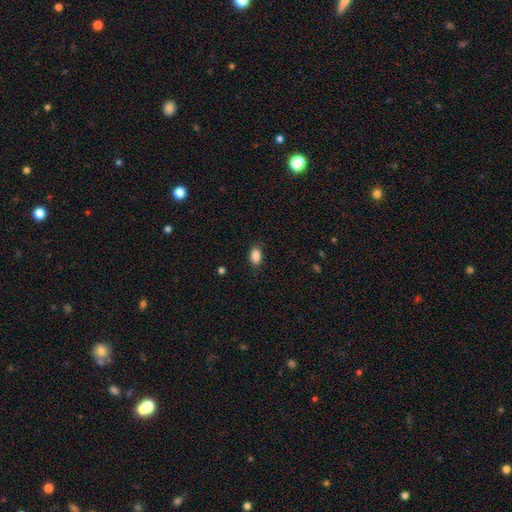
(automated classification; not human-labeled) smooth_or_featured: smooth (p=0.87) [alt: star or artifact p=0.08]
how_rounded: in between (p=0.85) [alt: round p=0.13]
merging: none (p=0.84) [alt: minor disturbance p=0.12]